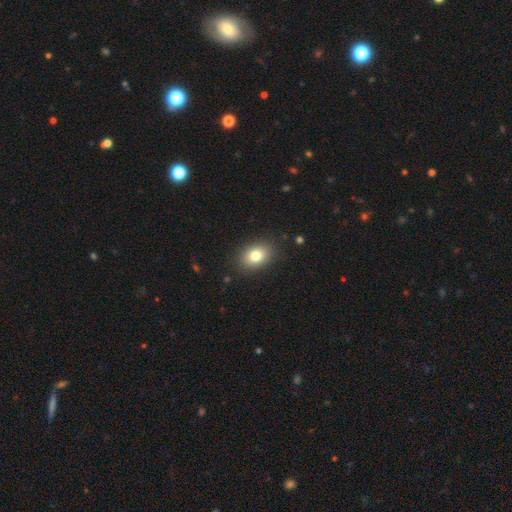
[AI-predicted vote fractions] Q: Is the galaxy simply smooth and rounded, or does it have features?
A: smooth — 80%.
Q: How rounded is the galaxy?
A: in between — 75%.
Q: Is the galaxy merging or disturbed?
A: none — 87%.